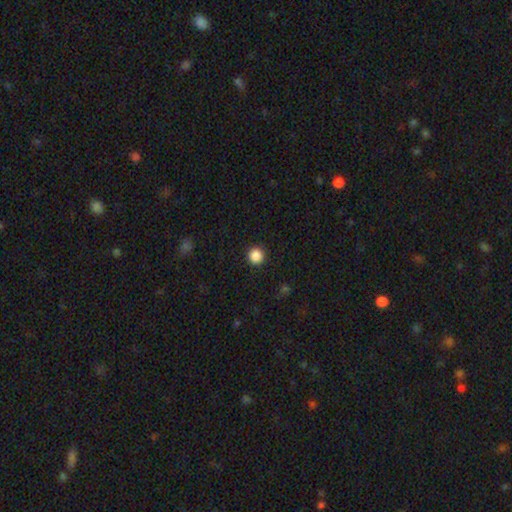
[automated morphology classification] This appears to be a smooth galaxy with no disk features (87%) that is round (96%). Merging: none (93%).